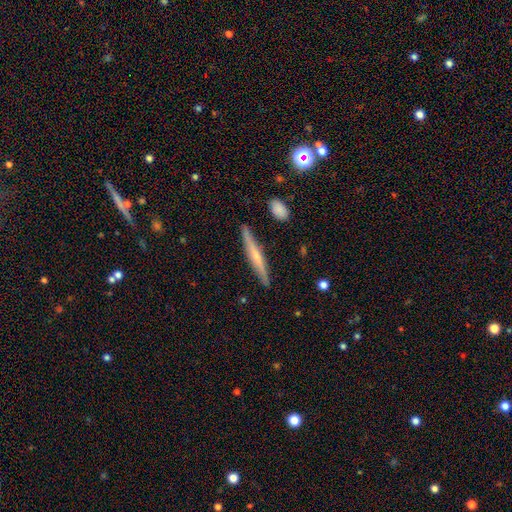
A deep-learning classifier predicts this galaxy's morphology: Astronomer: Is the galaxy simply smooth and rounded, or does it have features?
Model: featured or disk — 56% (runner-up: smooth, 38%).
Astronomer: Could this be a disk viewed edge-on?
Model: yes — 94%.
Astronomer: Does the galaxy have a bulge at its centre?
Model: rounded — 62%.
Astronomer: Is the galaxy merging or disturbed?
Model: none — 87%.